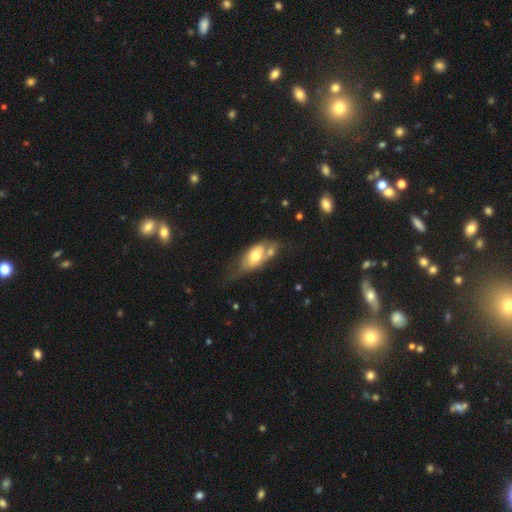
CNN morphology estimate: A smooth galaxy with no disk features (56%) that is in between round and cigar-shaped (87%). Merging: none (33%).